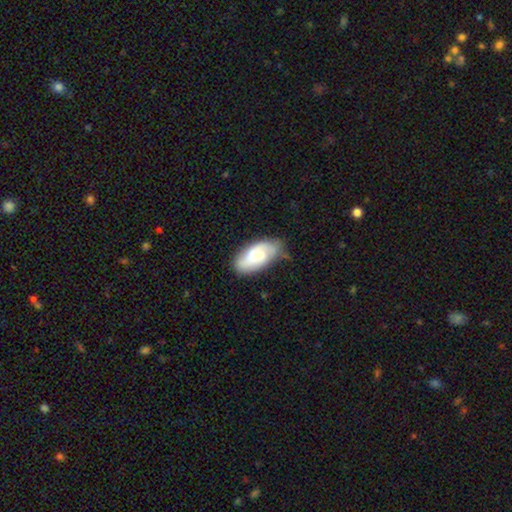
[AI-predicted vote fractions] Smooth or featured?
  - featured or disk: 47% *
  - smooth: 46%
  - star or artifact: 7%
Merging?
  - none: 58% *
  - minor disturbance: 30%
  - major disturbance: 9%
  - merger: 3%